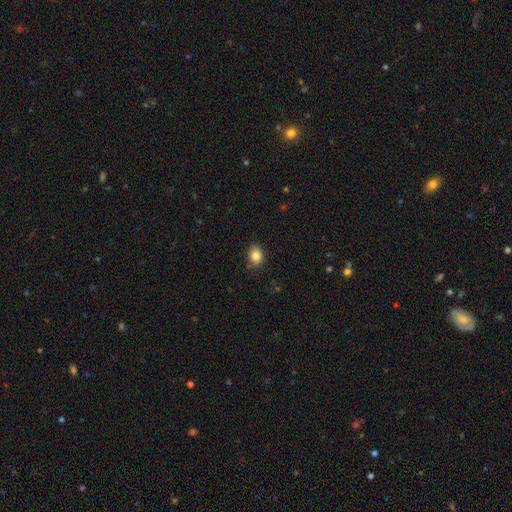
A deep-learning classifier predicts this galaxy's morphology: smooth_or_featured: smooth (p=0.85) [alt: star or artifact p=0.09]
how_rounded: in between (p=0.66) [alt: round p=0.33]
merging: none (p=0.86) [alt: minor disturbance p=0.11]